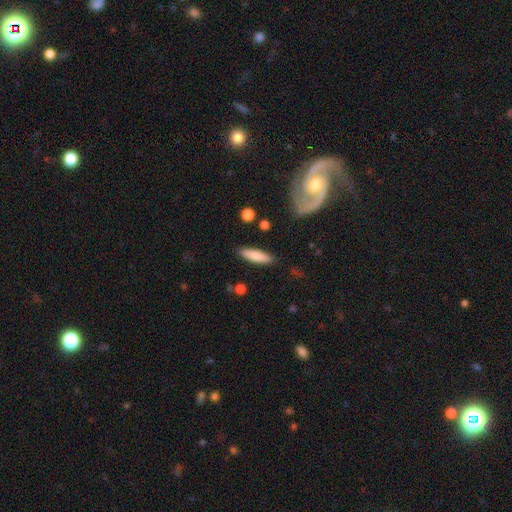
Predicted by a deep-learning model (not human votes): A smooth galaxy with no disk features (81%) that is cigar-shaped (63%).

Vote fractions:
- Smooth or featured? smooth: 81% / featured or disk: 13% / star or artifact: 6%
- How rounded? cigar-shaped: 63% / in between: 35% / round: 2%
- Merging? none: 87% / minor disturbance: 9% / major disturbance: 2% / merger: 2%